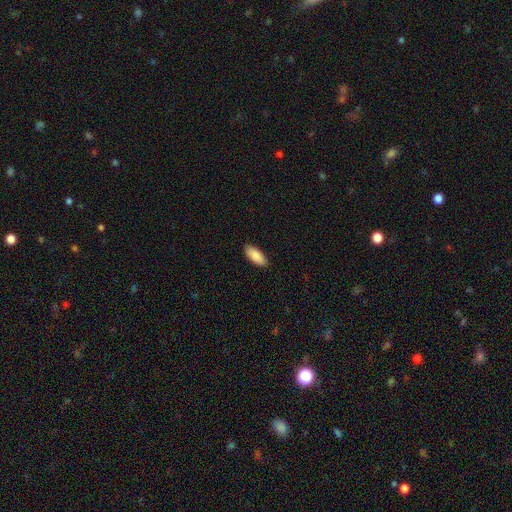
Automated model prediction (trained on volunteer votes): smooth_or_featured: smooth (p=0.89) [alt: star or artifact p=0.06]
how_rounded: in between (p=0.86) [alt: cigar-shaped p=0.13]
merging: none (p=0.89) [alt: minor disturbance p=0.08]